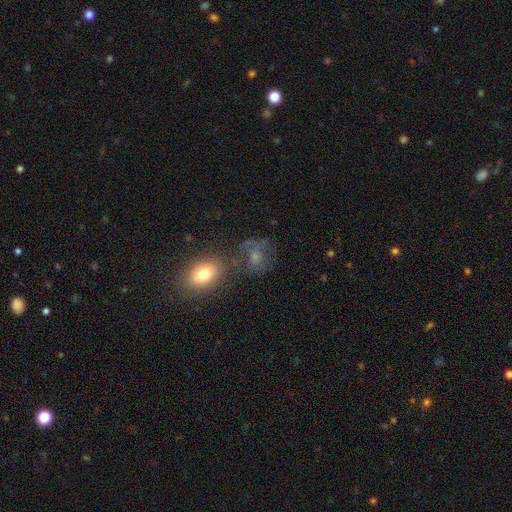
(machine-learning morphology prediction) This is possibly a smooth galaxy (48%). Merging: possibly none (48%).